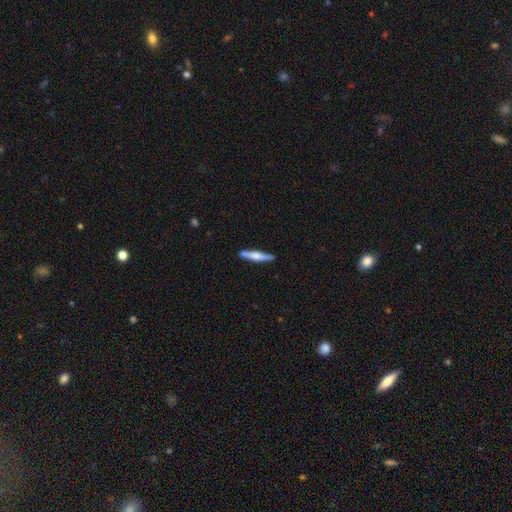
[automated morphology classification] Smooth or featured?
  - smooth: 53% *
  - featured or disk: 42%
  - star or artifact: 5%
How rounded?
  - cigar-shaped: 90% *
  - in between: 8%
  - round: 1%
Merging?
  - none: 85% *
  - minor disturbance: 11%
  - merger: 2%
  - major disturbance: 2%